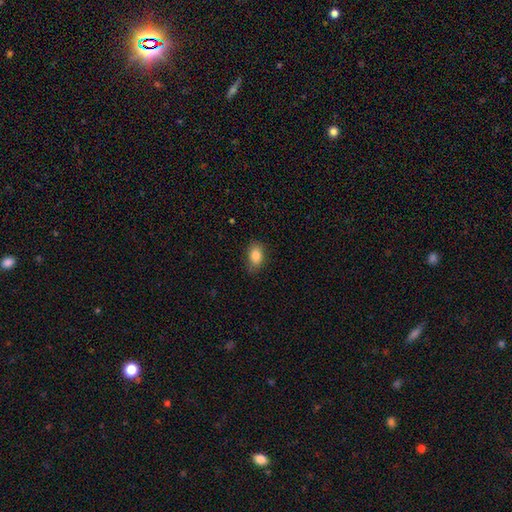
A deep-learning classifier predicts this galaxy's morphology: This is clearly a smooth galaxy (84%). How rounded: clearly in between (84%). Merging: likely none (77%).